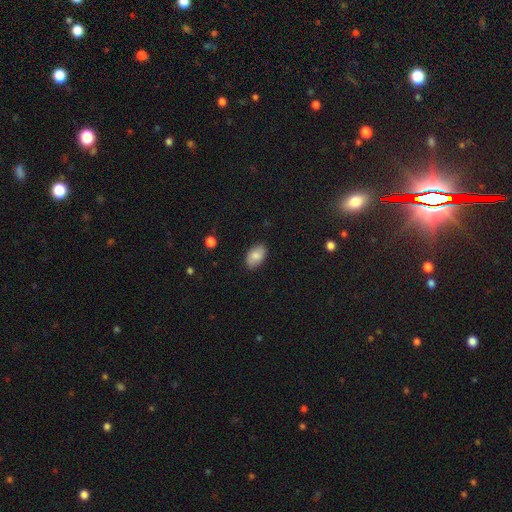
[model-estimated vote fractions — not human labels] The model was most divided on "smooth or featured": smooth: 83%, featured or disk: 10%, star or artifact: 7%. More confident: how rounded — in between (93%); merging — none (87%).